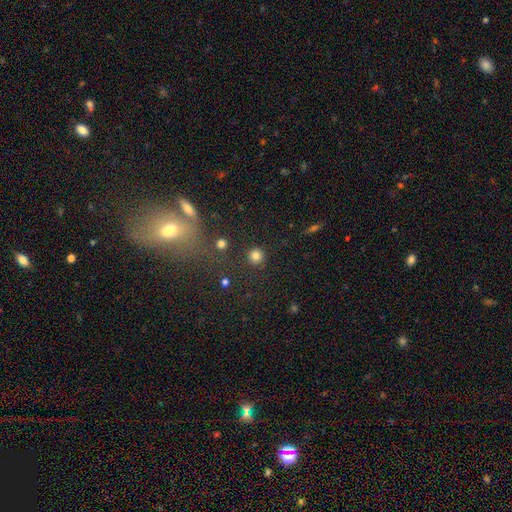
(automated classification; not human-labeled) smooth_or_featured: smooth (p=0.82) [alt: star or artifact p=0.12]
how_rounded: round (p=0.94) [alt: in between p=0.05]
merging: none (p=0.88) [alt: minor disturbance p=0.06]